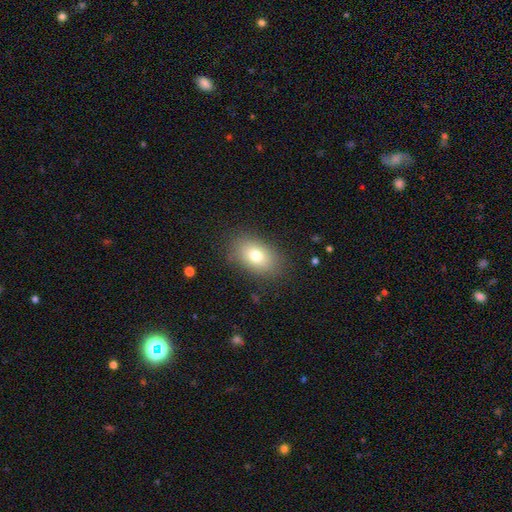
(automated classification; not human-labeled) Smooth or featured? smooth (76%)
How rounded? in between (84%)
Merging? none (84%)